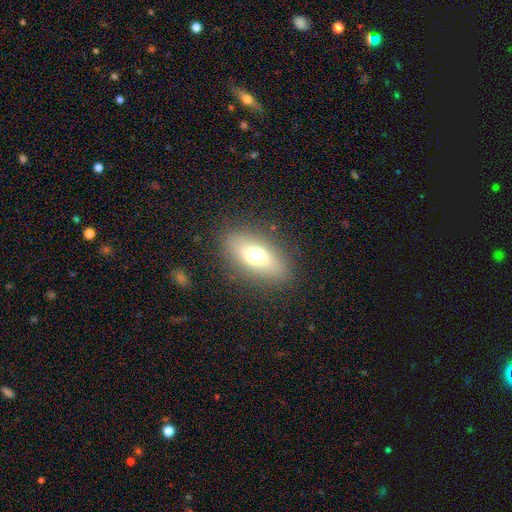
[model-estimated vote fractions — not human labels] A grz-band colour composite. It shows a smooth galaxy with no disk features (61%) that is in between round and cigar-shaped (79%). Merging: none (85%).